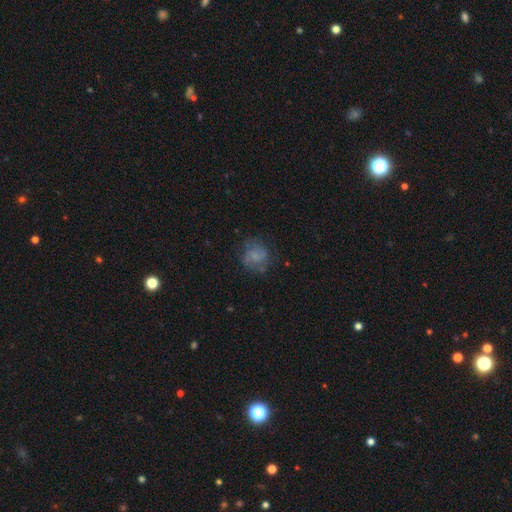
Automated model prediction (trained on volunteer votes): The model was most divided on "smooth or featured": smooth: 46%, featured or disk: 43%, star or artifact: 11%. More confident: merging — none (65%).